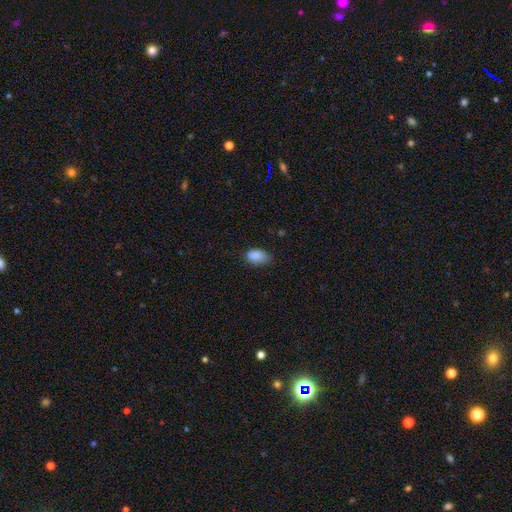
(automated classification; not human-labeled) The model was most divided on "merging": none: 64%, minor disturbance: 29%, major disturbance: 5%, merger: 1%. More confident: how rounded — in between (90%); smooth or featured — smooth (88%).